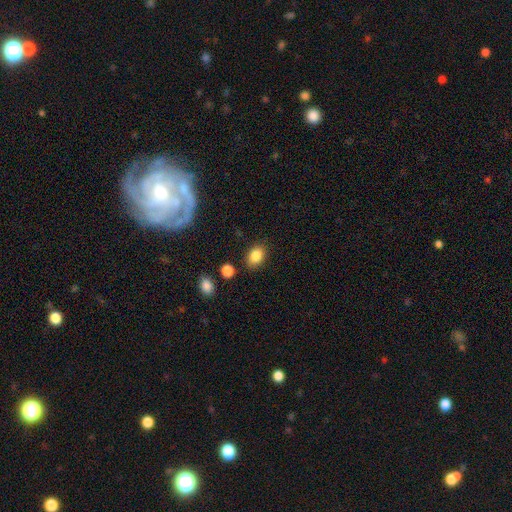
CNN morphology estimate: smooth-or-featured: smooth: 85% | star or artifact: 9% | featured or disk: 6%
  how-rounded: in between: 70% | round: 28% | cigar-shaped: 1%
  merging: none: 83% | minor disturbance: 11% | merger: 3% | major disturbance: 3%